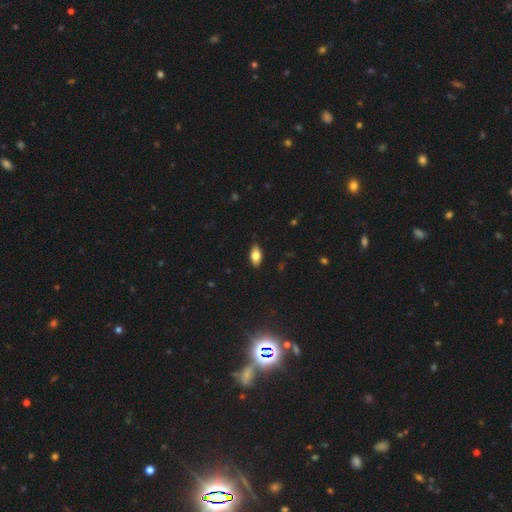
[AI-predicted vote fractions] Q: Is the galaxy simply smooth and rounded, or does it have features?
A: smooth — 80%.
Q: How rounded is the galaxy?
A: in between — 90%.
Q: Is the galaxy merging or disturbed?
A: none — 87%.